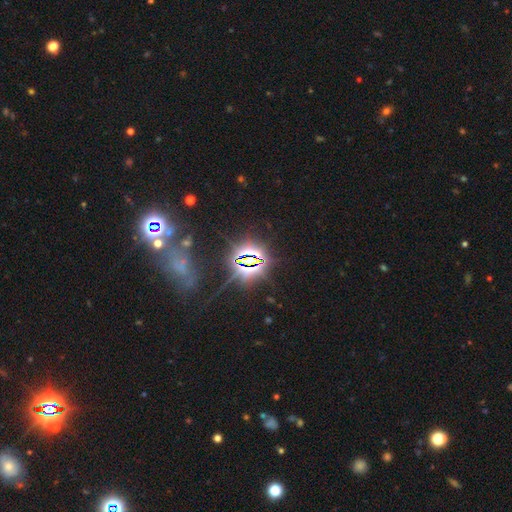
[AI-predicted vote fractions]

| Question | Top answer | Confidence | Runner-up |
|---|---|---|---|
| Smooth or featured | star or artifact | 84% | smooth (8%) |